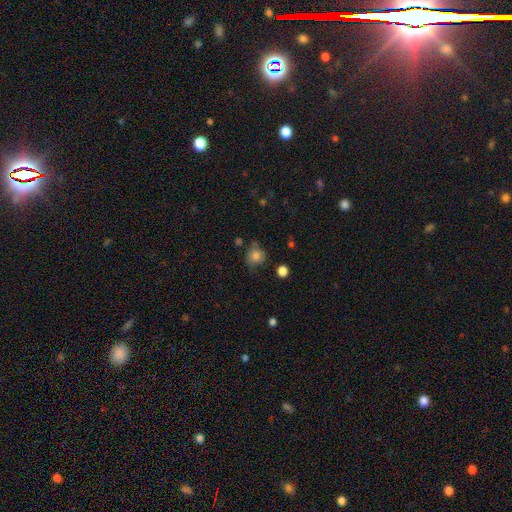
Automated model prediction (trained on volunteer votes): A smooth galaxy with no disk features (81%) that is round (84%).

Vote fractions:
- Smooth or featured? smooth: 81% / star or artifact: 11% / featured or disk: 8%
- How rounded? round: 84% / in between: 15% / cigar-shaped: 1%
- Merging? none: 67% / minor disturbance: 22% / major disturbance: 6% / merger: 5%